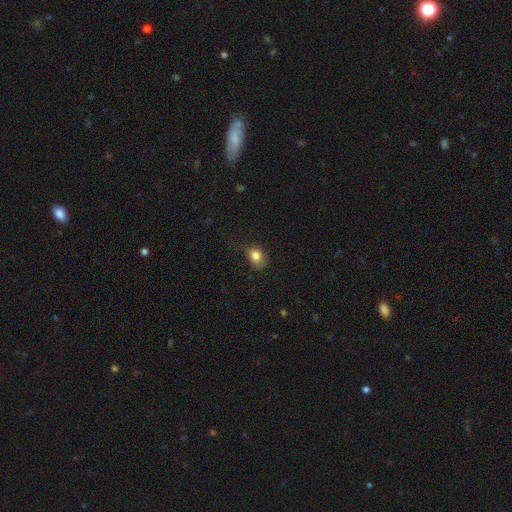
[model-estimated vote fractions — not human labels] A smooth galaxy with no disk features (80%) that is in between round and cigar-shaped (54%). Merging: none (56%).